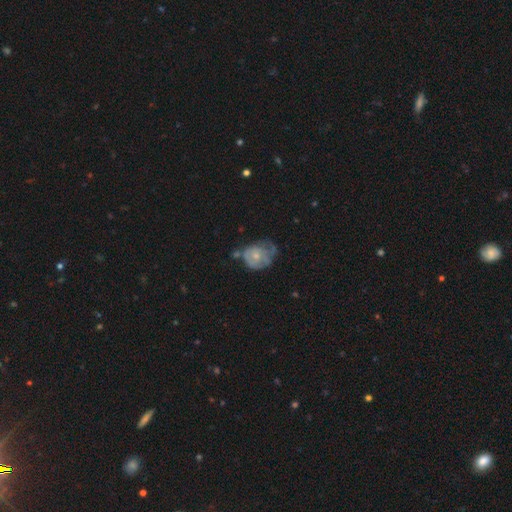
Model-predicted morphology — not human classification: type=featured or disk (47%); merging=minor disturbance (34%).